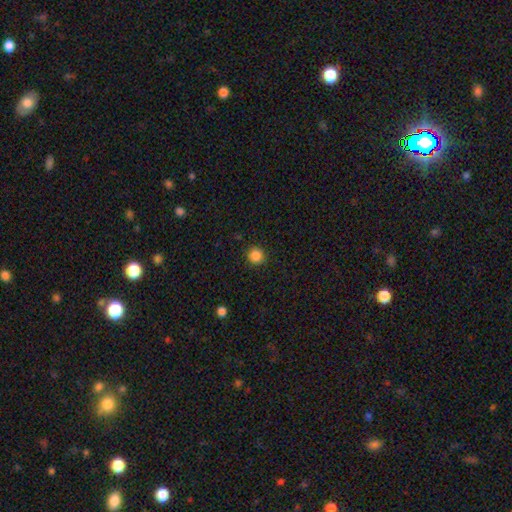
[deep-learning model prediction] The model was most divided on "smooth or featured": smooth: 86%, star or artifact: 11%, featured or disk: 3%. More confident: how rounded — round (93%); merging — none (92%).